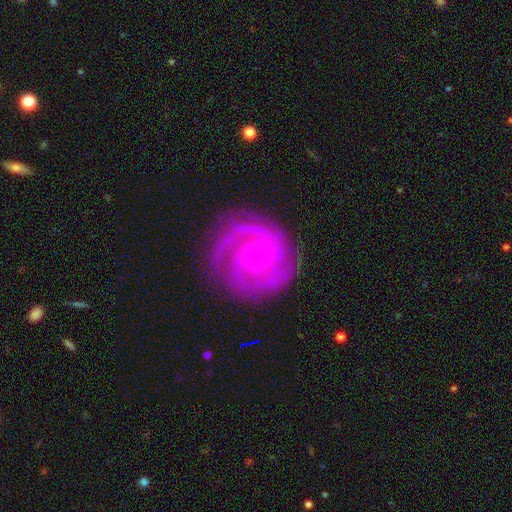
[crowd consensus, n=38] Smooth or featured? featured or disk (92%)
Edge-on disk? no (97%)
Bar? no (68%)
Spiral arms? yes (100%)
Spiral winding? tight (74%)
Spiral arm count? 2 (79%)
Bulge size? small (62%)
Merging? none (97%)